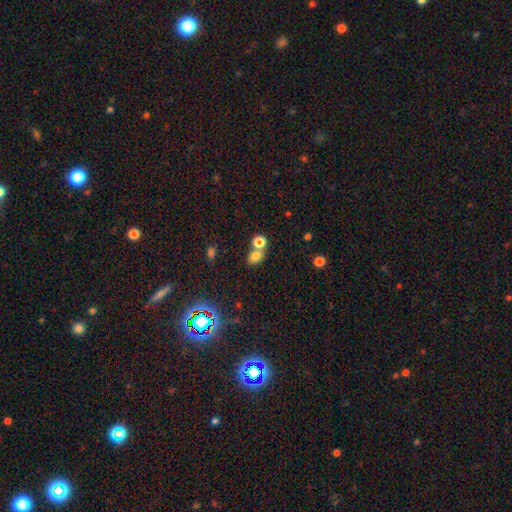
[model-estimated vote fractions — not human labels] smooth_or_featured: smooth (p=0.74) [alt: star or artifact p=0.16]
how_rounded: round (p=0.50) [alt: in between p=0.49]
merging: merger (p=0.46) [alt: none p=0.43]